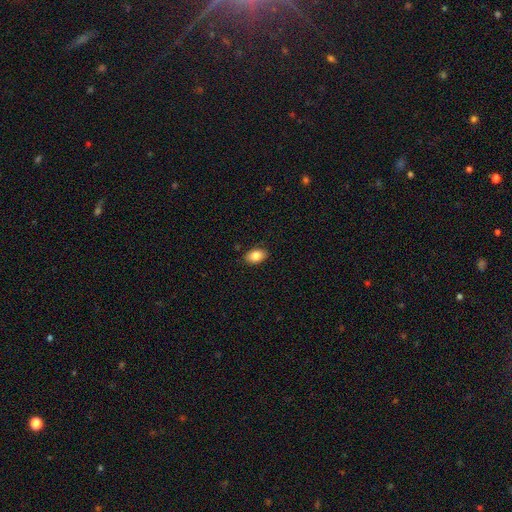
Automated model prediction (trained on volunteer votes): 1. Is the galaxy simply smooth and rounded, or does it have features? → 84% smooth, 9% featured or disk, 8% star or artifact.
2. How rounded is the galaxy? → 87% in between, 11% round, 1% cigar-shaped.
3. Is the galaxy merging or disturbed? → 87% none, 10% minor disturbance, 2% major disturbance, 1% merger.